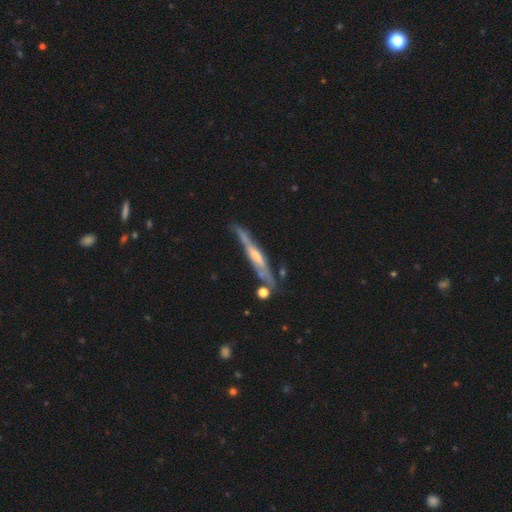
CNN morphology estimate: A featured or disk galaxy (73%) viewed edge-on (87%) with a rounded central bulge (45%). Merging: none (62%).